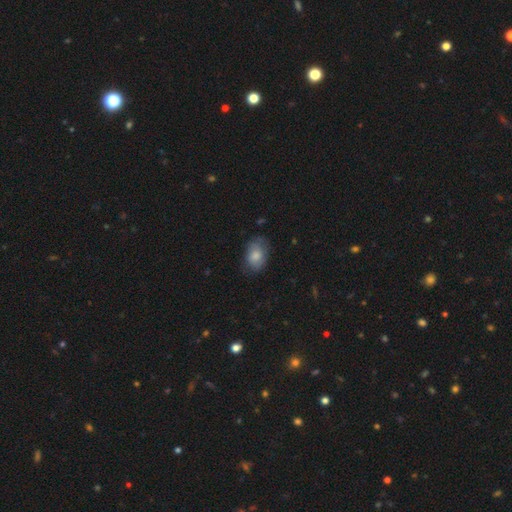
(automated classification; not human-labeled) Morphology: type=smooth (77%); roundness=in between (83%); merging=none (67%).